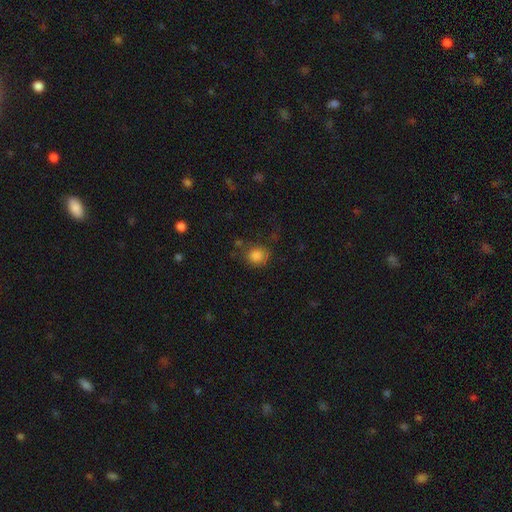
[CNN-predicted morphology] type=smooth (84%); roundness=round (80%); merging=none (68%).